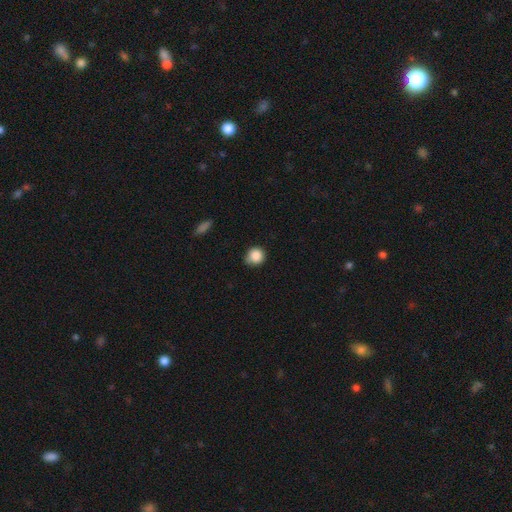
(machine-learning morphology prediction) A smooth galaxy with no disk features (87%) that is round (89%). Merging: none (69%).